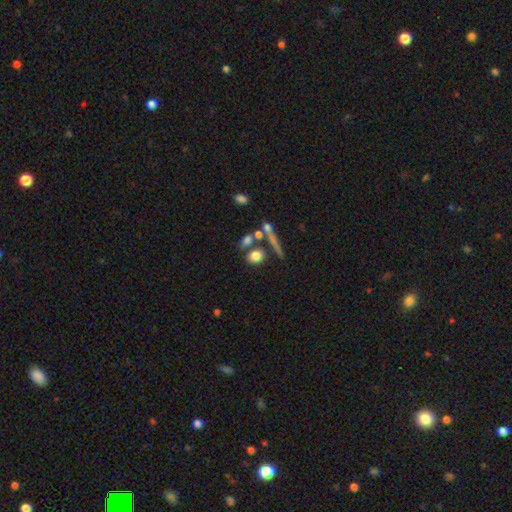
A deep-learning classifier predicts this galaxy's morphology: The model was most divided on "how rounded": in between: 49%, round: 44%, cigar-shaped: 7%. More confident: smooth or featured — smooth (77%); merging — none (60%).